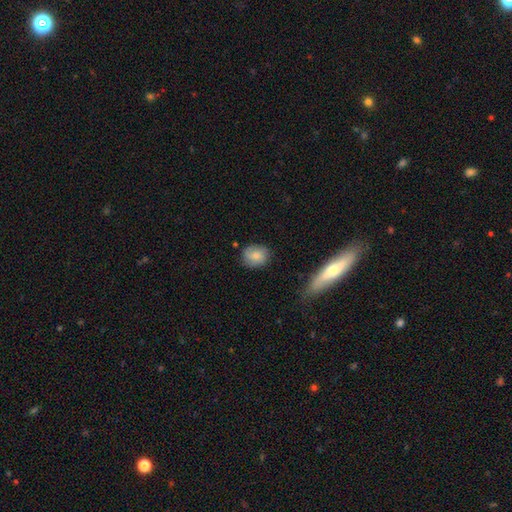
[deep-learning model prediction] Smooth or featured? Predicted: smooth (p=0.79). How rounded? Predicted: round (p=0.59). Merging? Predicted: none (p=0.76).